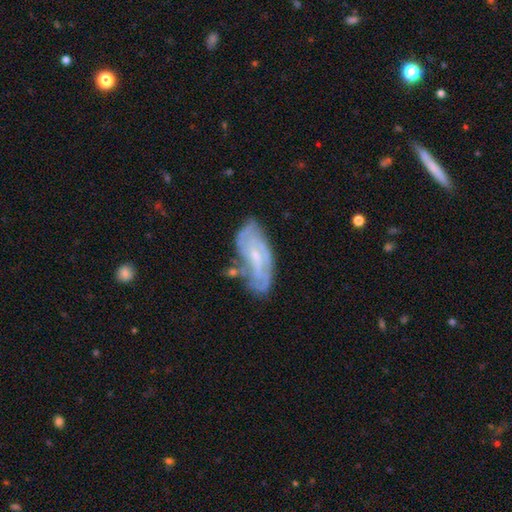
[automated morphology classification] Smooth or featured?
  - featured or disk: 76% *
  - smooth: 17%
  - star or artifact: 7%
Edge-on disk?
  - no: 91% *
  - yes: 9%
Bar?
  - no: 48% *
  - weak: 42%
  - strong: 11%
Spiral arms?
  - yes: 88% *
  - no: 12%
Spiral winding?
  - tight: 55% *
  - medium: 34%
  - loose: 11%
Spiral arm count?
  - can't tell: 41% *
  - 2: 26%
  - 3: 16%
  - 4: 9%
  - 1: 4%
  - more than 4: 4%
Bulge size?
  - small: 69% *
  - moderate: 23%
  - none: 6%
  - large: 1%
  - dominant: 1%
Merging?
  - none: 63% *
  - minor disturbance: 23%
  - major disturbance: 8%
  - merger: 7%